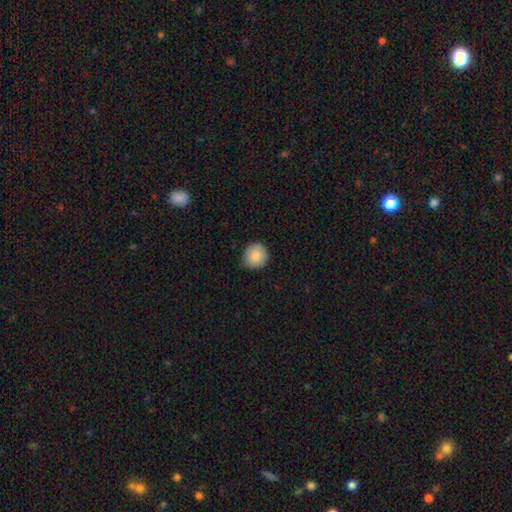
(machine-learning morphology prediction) Q: Smooth or featured?
A: smooth (84%); runner-up: featured or disk (9%)
Q: How rounded?
A: round (92%); runner-up: in between (7%)
Q: Merging?
A: none (85%); runner-up: minor disturbance (12%)